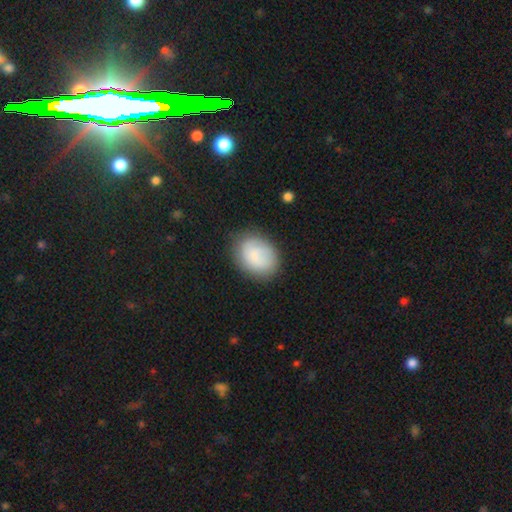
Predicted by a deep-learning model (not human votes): Overall: smooth (77%). How rounded: in between (62%; round 37%). Merging: none (76%).